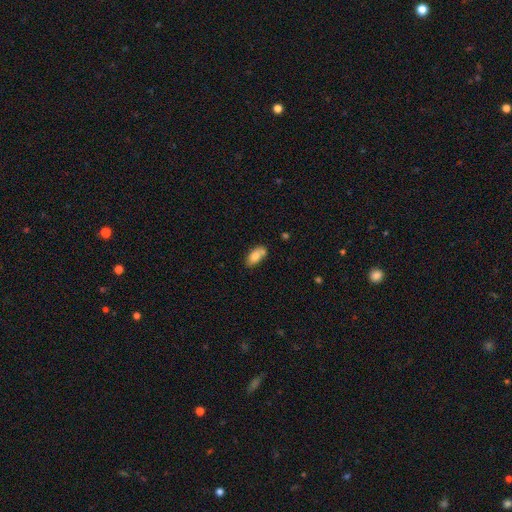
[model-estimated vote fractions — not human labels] smooth 80%, featured or disk 13%, star or artifact 7%. Down the decision tree: how rounded — in between (89%); merging — none (61%).